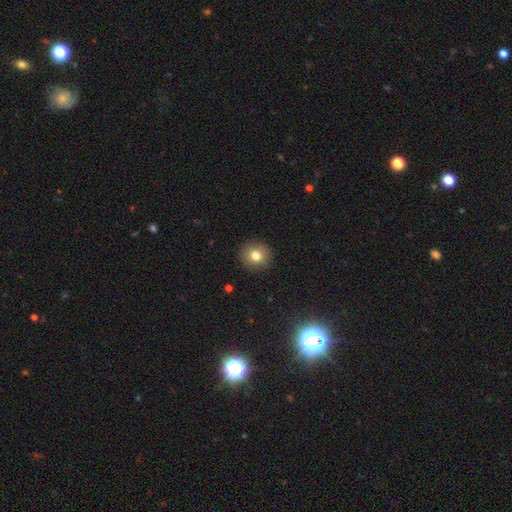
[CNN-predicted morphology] A smooth galaxy with no disk features (79%) that is round (90%). Merging: none (91%).